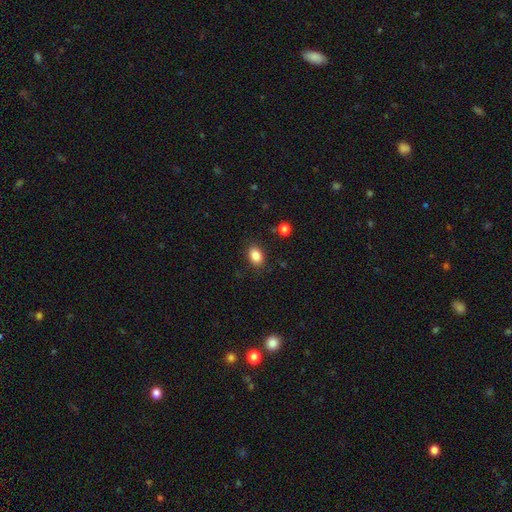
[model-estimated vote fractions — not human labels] Morphology: type=smooth (86%); roundness=in between (80%); merging=none (87%).